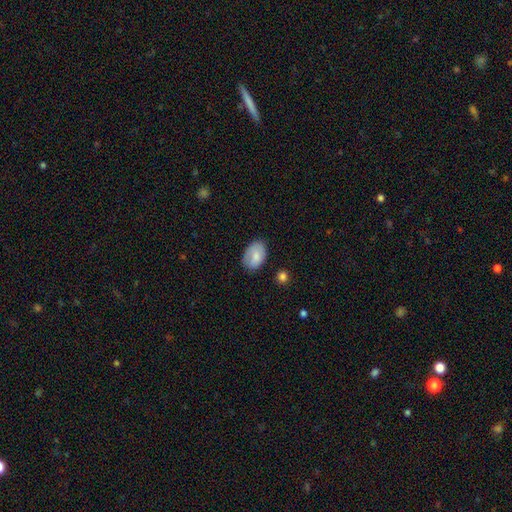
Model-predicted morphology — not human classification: Smooth or featured? Predicted: smooth (p=0.76). How rounded? Predicted: in between (p=0.88). Merging? Predicted: none (p=0.72).